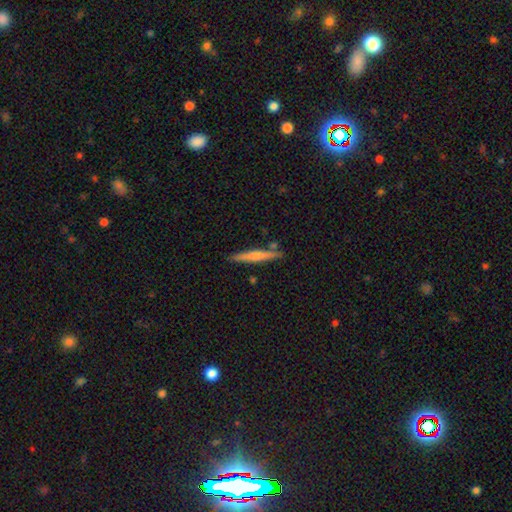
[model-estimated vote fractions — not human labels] This appears to be a featured or disk galaxy (63%) viewed edge-on (97%) with a rounded central bulge (74%). Merging: none (88%).